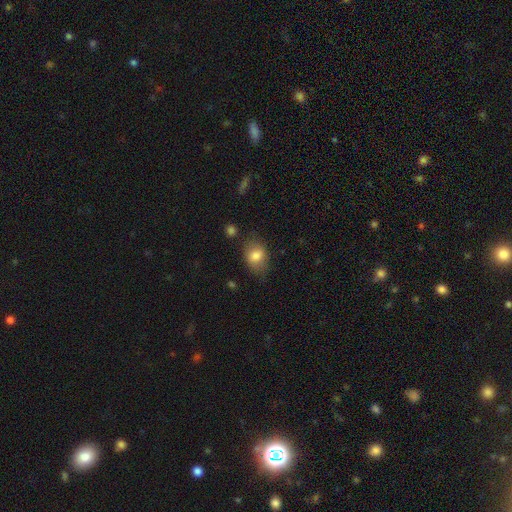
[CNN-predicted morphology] A smooth galaxy with no disk features (80%) that is in between round and cigar-shaped (68%). Merging: none (73%).